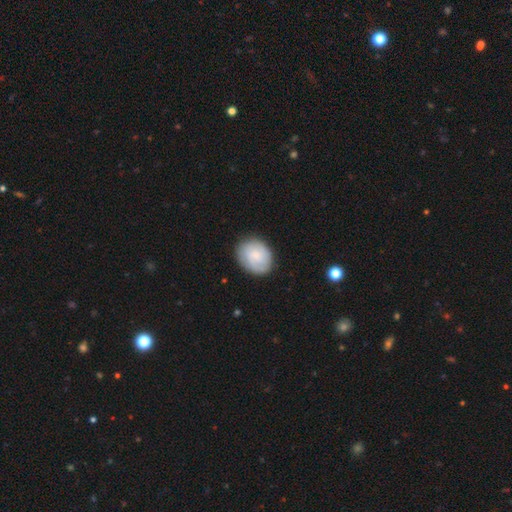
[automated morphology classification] Smooth or featured: smooth — 65% (featured or disk — 28%)
How rounded: round — 50% (in between — 49%)
Merging: none — 83% (minor disturbance — 13%)